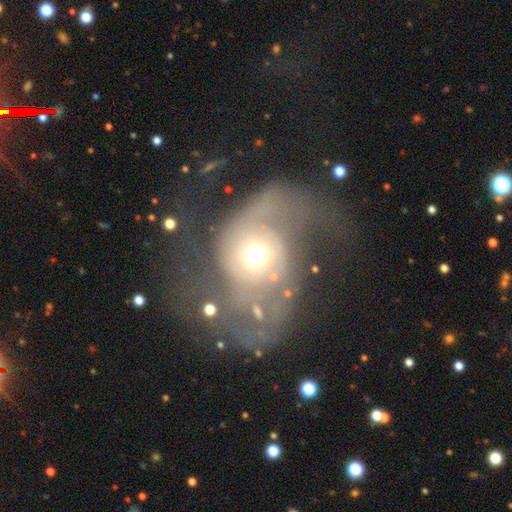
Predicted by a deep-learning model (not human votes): Morphology: type=featured or disk (67%); edge-on=no (96%); bar=no (76%); spiral arms=yes (73%); bulge=moderate (63%); merging=major disturbance (54%).